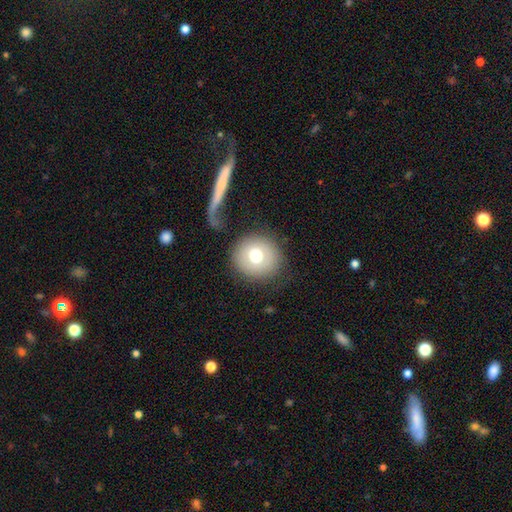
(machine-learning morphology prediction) Smooth or featured?
  - smooth: 70% *
  - featured or disk: 20%
  - star or artifact: 10%
How rounded?
  - round: 93% *
  - in between: 6%
  - cigar-shaped: 1%
Merging?
  - none: 81% *
  - minor disturbance: 9%
  - major disturbance: 6%
  - merger: 4%